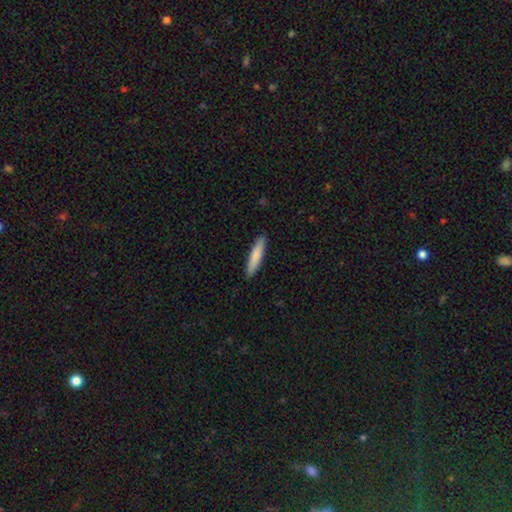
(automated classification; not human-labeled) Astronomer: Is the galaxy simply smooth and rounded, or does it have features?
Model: smooth — 82%.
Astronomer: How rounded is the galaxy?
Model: cigar-shaped — 88%.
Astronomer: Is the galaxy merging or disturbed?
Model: none — 90%.